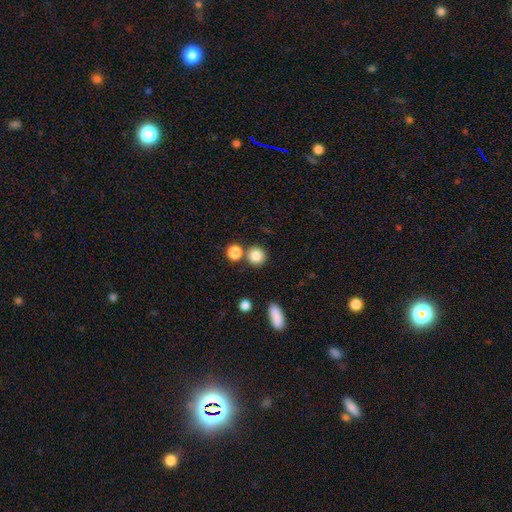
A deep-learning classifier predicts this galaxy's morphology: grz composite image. It shows a smooth galaxy with no disk features (84%) that is round (91%). Merging: none (77%).